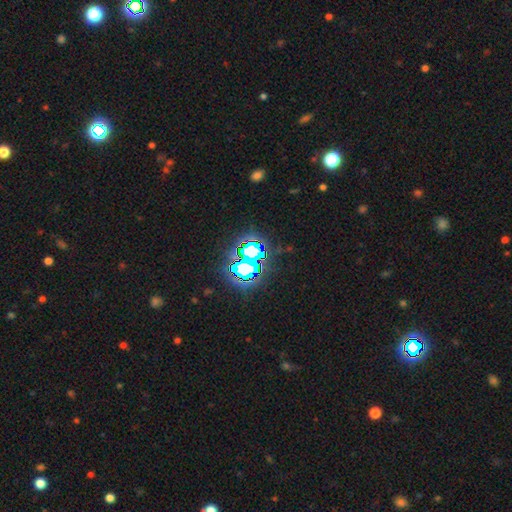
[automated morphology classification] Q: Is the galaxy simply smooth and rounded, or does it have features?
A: star or artifact — 76%.